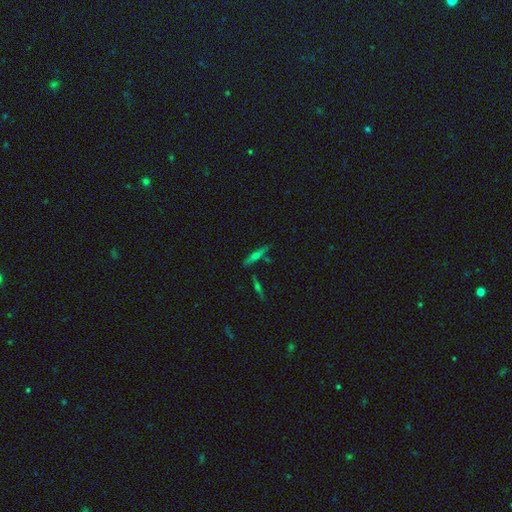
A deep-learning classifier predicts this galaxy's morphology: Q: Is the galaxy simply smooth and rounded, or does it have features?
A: featured or disk — 48%.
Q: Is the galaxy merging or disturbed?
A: none — 79%.